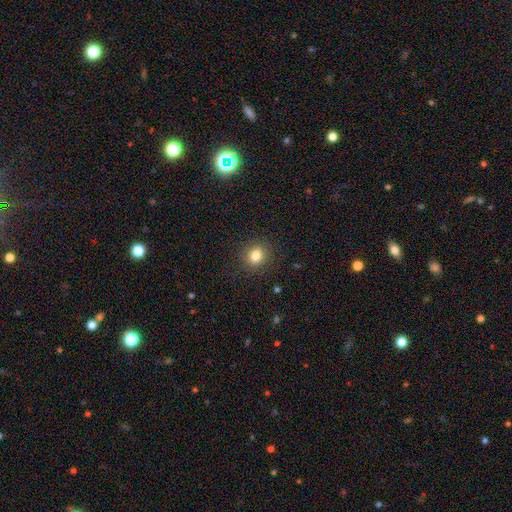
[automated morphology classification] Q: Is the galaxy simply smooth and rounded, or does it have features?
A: smooth — 81%.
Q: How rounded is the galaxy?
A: round — 77%.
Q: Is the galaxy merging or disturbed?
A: none — 89%.